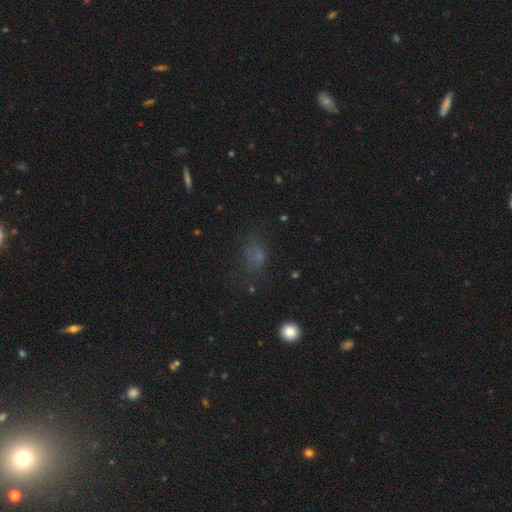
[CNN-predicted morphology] smooth_or_featured: smooth (p=0.57) [alt: star or artifact p=0.27]
how_rounded: in between (p=0.61) [alt: round p=0.36]
merging: none (p=0.54) [alt: major disturbance p=0.21]